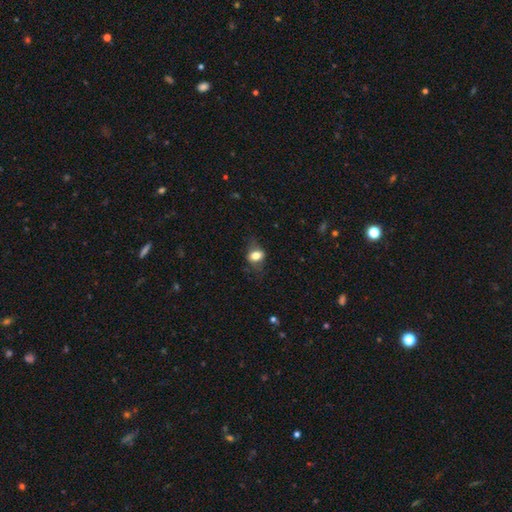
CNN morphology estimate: Smooth or featured: smooth — 67% (featured or disk — 23%)
How rounded: in between — 68% (round — 29%)
Merging: none — 64% (minor disturbance — 22%)